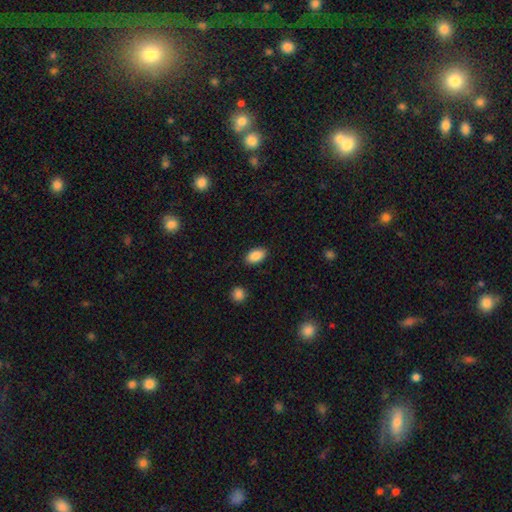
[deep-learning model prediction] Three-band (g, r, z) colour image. It shows a smooth galaxy with no disk features (88%) that is in between round and cigar-shaped (93%). Merging: none (88%).